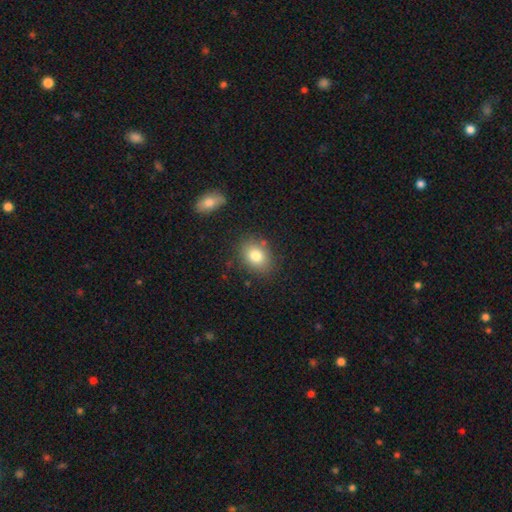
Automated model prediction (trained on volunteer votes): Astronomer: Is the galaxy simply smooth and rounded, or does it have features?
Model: smooth — 80%.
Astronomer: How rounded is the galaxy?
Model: in between — 58% (runner-up: round, 41%).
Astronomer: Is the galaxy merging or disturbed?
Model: none — 81%.